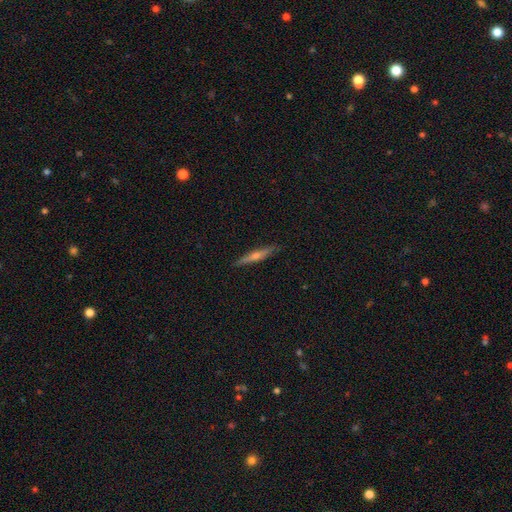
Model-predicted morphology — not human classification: smooth_or_featured: featured or disk (p=0.58) [alt: smooth p=0.36]
disk_edge_on: yes (p=0.96) [alt: no p=0.04]
edge_on_bulge: rounded (p=0.77) [alt: none p=0.18]
merging: none (p=0.90) [alt: minor disturbance p=0.07]